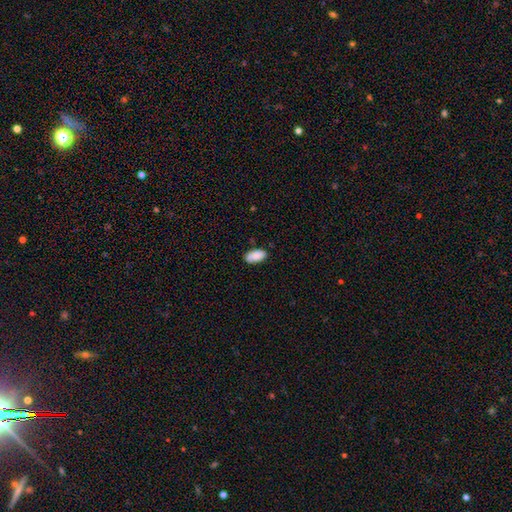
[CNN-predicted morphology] This is clearly a smooth galaxy (88%). How rounded: clearly in between (94%). Merging: clearly none (82%).